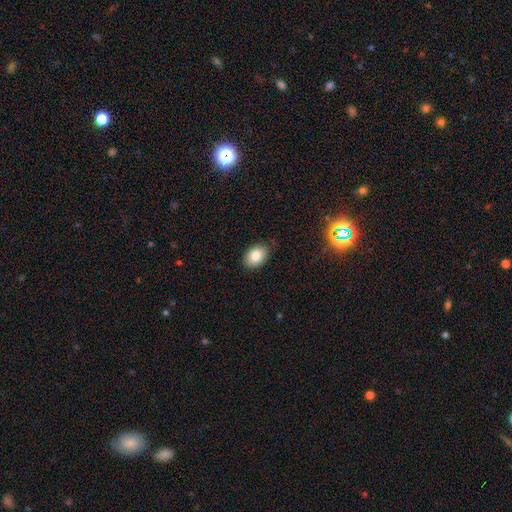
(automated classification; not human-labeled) smooth_or_featured: smooth (p=0.82) [alt: featured or disk p=0.09]
how_rounded: in between (p=0.78) [alt: round p=0.21]
merging: none (p=0.82) [alt: minor disturbance p=0.15]